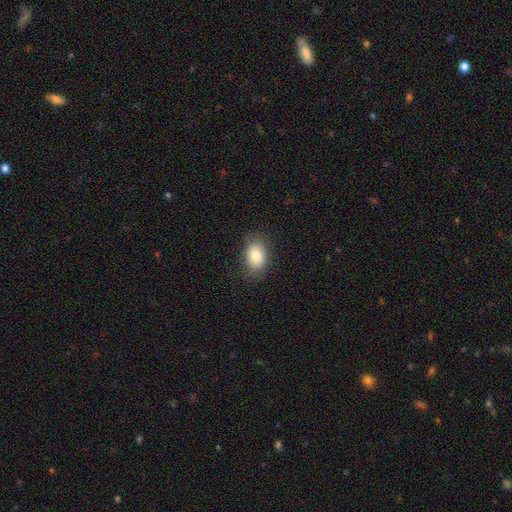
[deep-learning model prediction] Overall: smooth (82%). How rounded: in between (80%). Merging: none (82%).